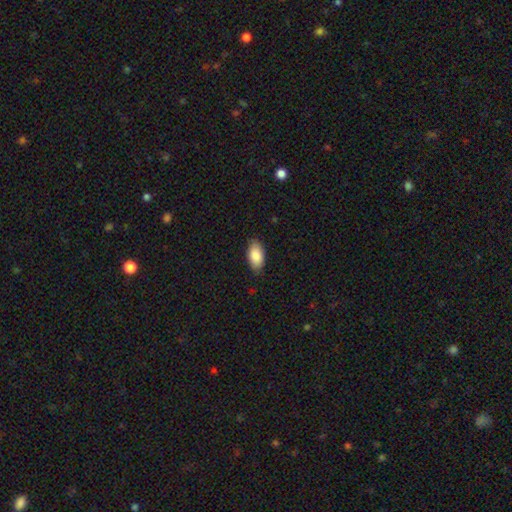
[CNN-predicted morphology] This is clearly a smooth galaxy (87%). How rounded: clearly in between (94%). Merging: clearly none (83%).